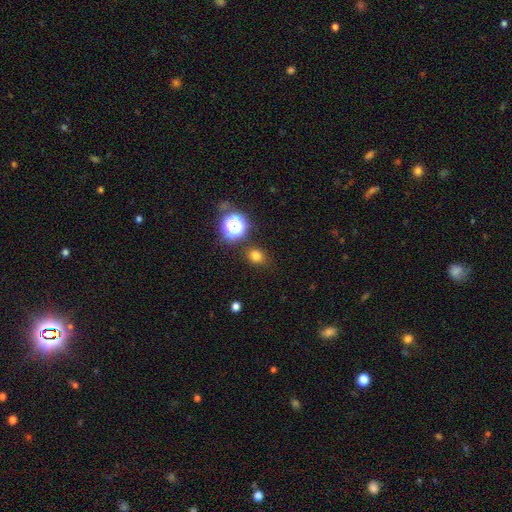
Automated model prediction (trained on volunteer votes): Smooth or featured?
  - smooth: 74% *
  - star or artifact: 20%
  - featured or disk: 6%
How rounded?
  - round: 63% *
  - in between: 36%
  - cigar-shaped: 1%
Merging?
  - none: 83% *
  - minor disturbance: 10%
  - merger: 4%
  - major disturbance: 3%